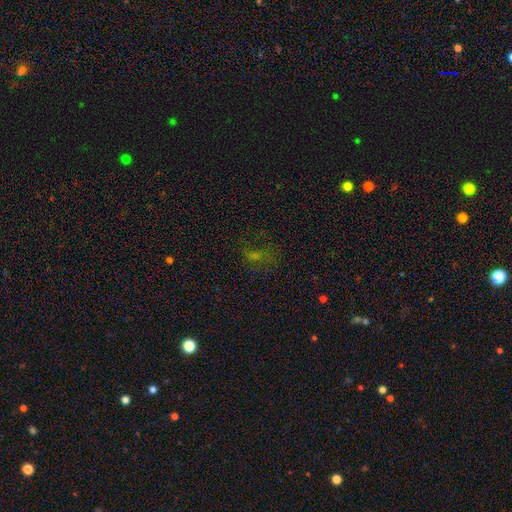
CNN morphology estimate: Smooth or featured: star or artifact — 39% (smooth — 35%)